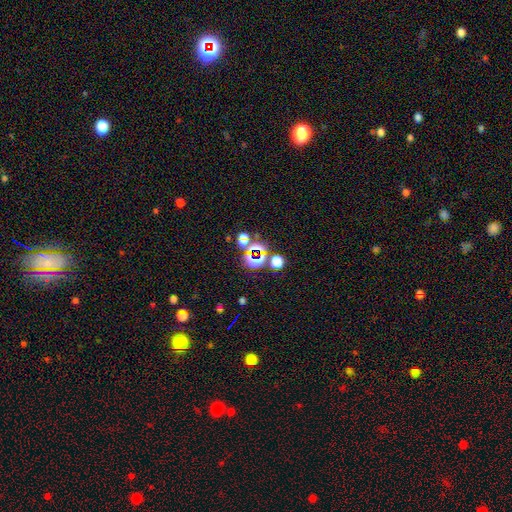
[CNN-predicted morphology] Q: Smooth or featured?
A: star or artifact (62%); runner-up: smooth (28%)